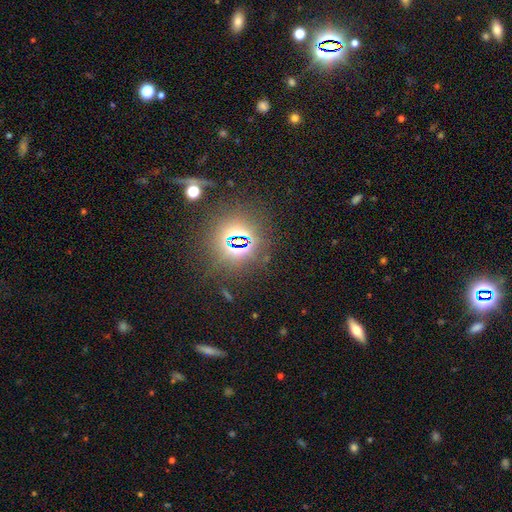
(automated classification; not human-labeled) Smooth or featured?
  - star or artifact: 76% *
  - smooth: 15%
  - featured or disk: 9%